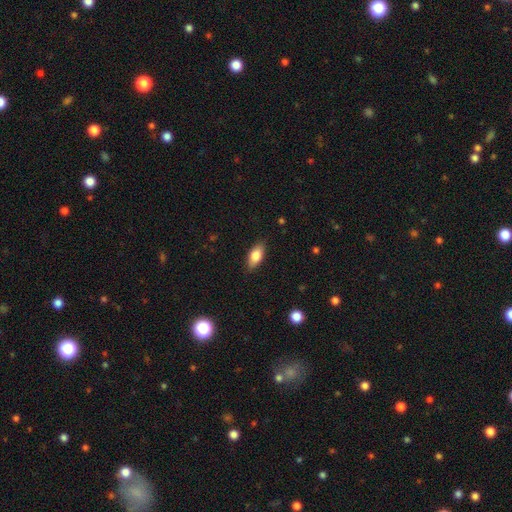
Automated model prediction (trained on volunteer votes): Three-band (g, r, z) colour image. It shows a smooth galaxy with no disk features (79%) that is in between round and cigar-shaped (85%). Merging: none (86%).